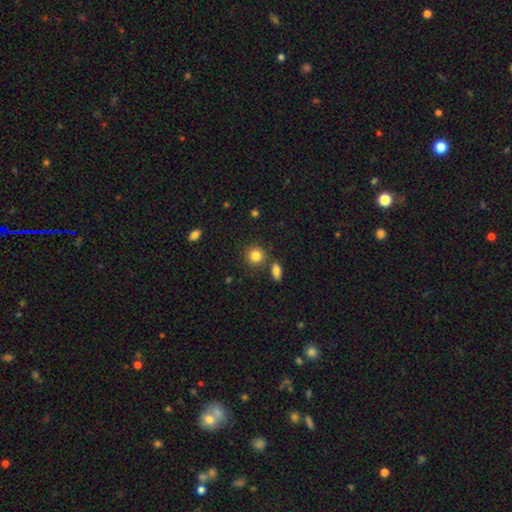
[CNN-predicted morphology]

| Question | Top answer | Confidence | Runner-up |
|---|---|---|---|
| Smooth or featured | smooth | 85% | star or artifact (10%) |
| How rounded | round | 86% | in between (13%) |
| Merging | none | 78% | merger (10%) |